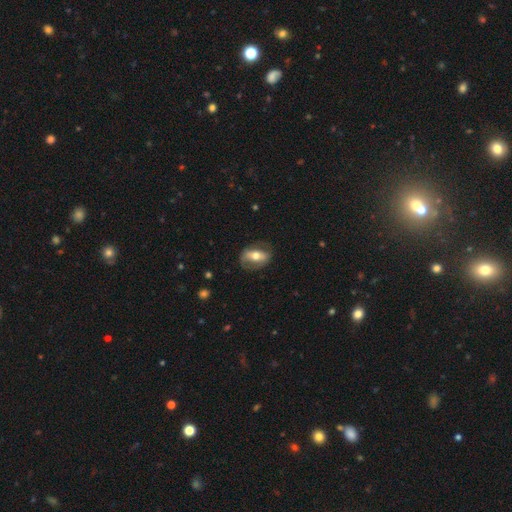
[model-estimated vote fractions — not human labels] featured or disk 56%, smooth 38%, star or artifact 6%. Down the decision tree: edge-on disk — no (86%); merging — none (72%).